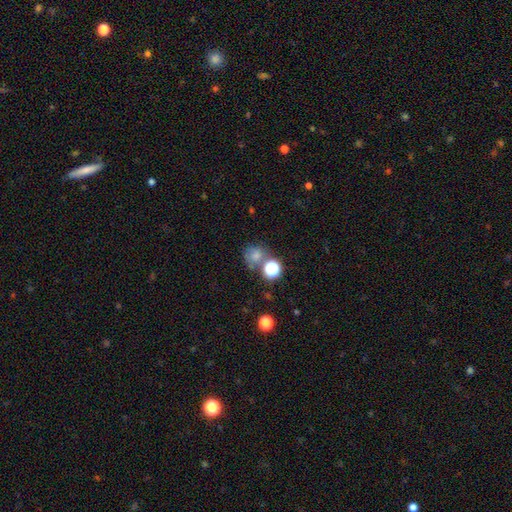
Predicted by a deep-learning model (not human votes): This is likely a smooth galaxy (68%). How rounded: likely round (79%). Merging: possibly none (52%).